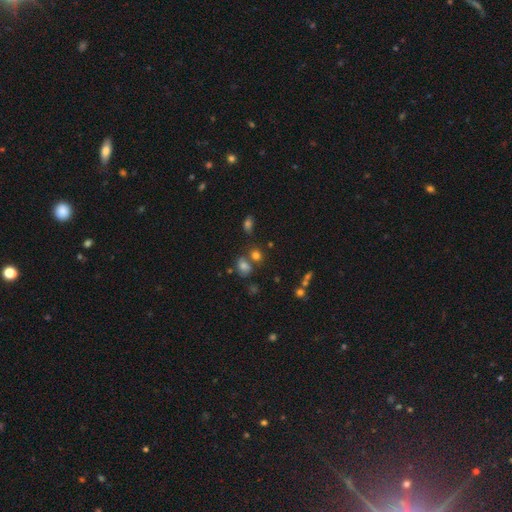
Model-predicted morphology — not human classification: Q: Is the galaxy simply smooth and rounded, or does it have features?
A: smooth — 72%.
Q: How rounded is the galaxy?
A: round — 58%.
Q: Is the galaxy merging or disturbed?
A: none — 57%.